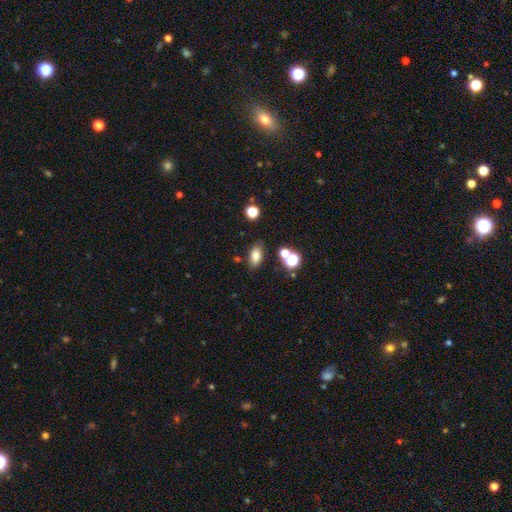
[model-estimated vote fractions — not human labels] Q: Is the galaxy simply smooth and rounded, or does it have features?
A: smooth — 77%.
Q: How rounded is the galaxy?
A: in between — 85%.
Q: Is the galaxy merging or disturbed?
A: none — 77%.